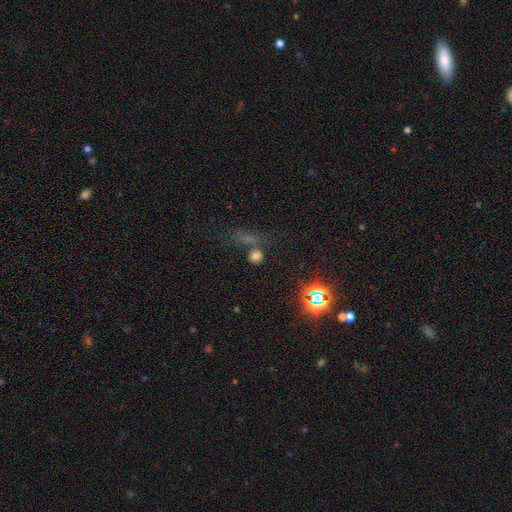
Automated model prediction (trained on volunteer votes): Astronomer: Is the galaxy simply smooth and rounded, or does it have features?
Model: smooth — 64%.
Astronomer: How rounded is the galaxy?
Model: round — 76%.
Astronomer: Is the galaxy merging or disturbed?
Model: none — 63%.